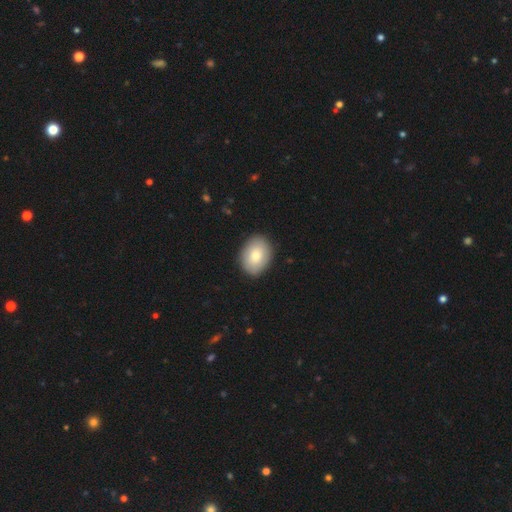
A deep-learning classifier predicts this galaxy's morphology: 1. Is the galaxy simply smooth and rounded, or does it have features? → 81% smooth, 13% featured or disk, 6% star or artifact.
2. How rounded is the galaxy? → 68% in between, 31% round, 1% cigar-shaped.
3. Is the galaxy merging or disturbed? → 89% none, 9% minor disturbance, 2% major disturbance, 1% merger.